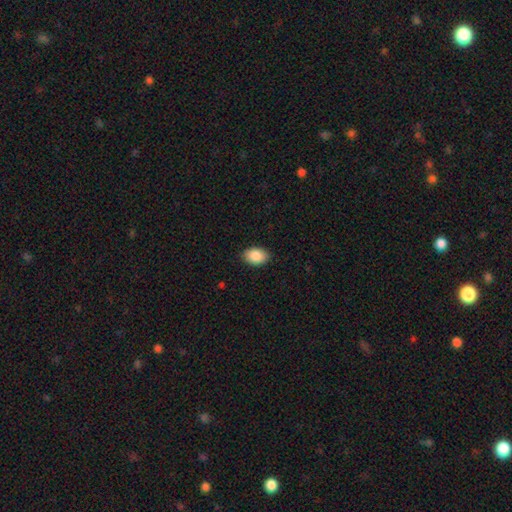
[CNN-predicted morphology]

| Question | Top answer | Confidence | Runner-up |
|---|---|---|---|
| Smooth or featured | smooth | 88% | star or artifact (7%) |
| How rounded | in between | 88% | round (11%) |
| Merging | none | 89% | minor disturbance (8%) |